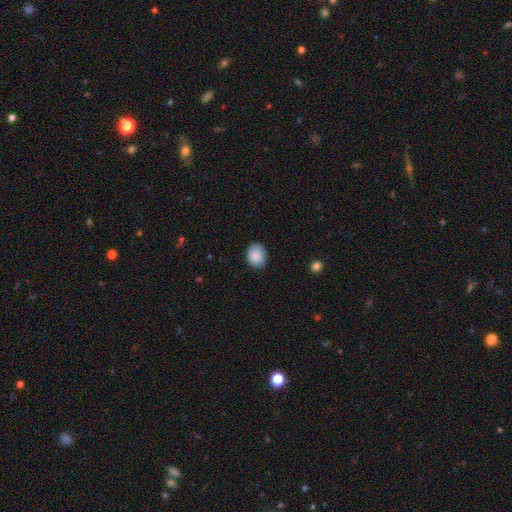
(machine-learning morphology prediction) Smooth or featured? smooth (89%)
How rounded? in between (53%)
Merging? none (82%)